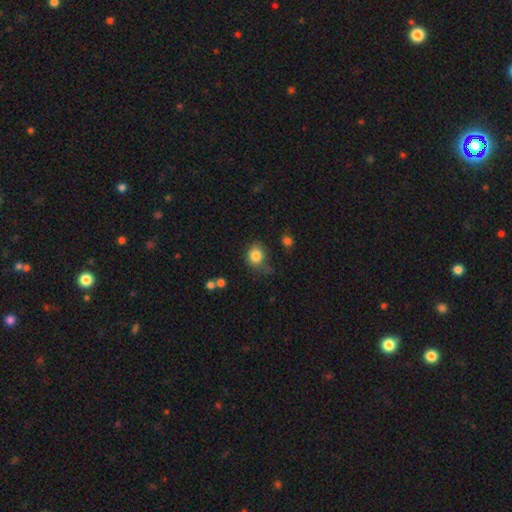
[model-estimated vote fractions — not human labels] smooth-or-featured: smooth: 83% | star or artifact: 10% | featured or disk: 6%
  how-rounded: round: 65% | in between: 34% | cigar-shaped: 1%
  merging: none: 59% | minor disturbance: 27% | major disturbance: 9% | merger: 4%